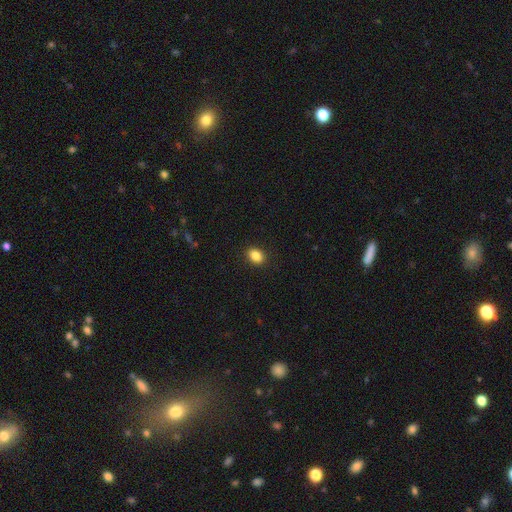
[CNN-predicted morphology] smooth-or-featured: smooth: 86% | star or artifact: 9% | featured or disk: 4%
  how-rounded: in between: 61% | round: 38% | cigar-shaped: 1%
  merging: none: 91% | minor disturbance: 7% | major disturbance: 2% | merger: 1%